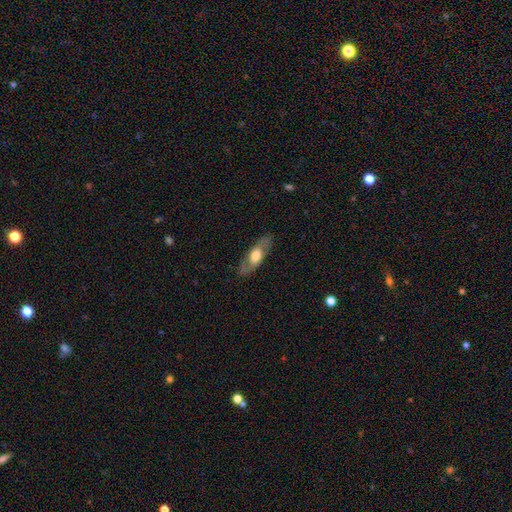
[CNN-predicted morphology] Q: Smooth or featured?
A: featured or disk (50%); runner-up: smooth (45%)
Q: Edge-on disk?
A: no (66%); runner-up: yes (34%)
Q: Merging?
A: none (82%); runner-up: minor disturbance (13%)